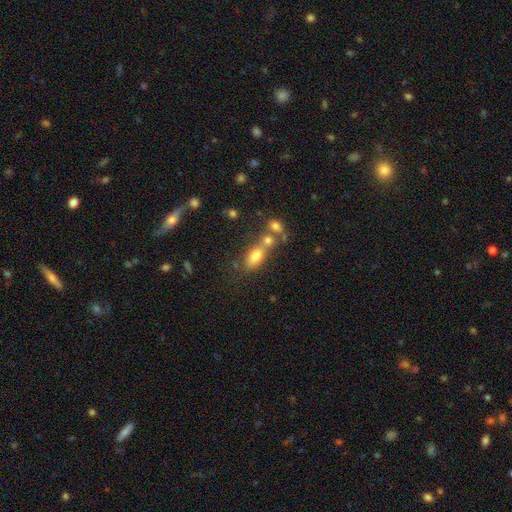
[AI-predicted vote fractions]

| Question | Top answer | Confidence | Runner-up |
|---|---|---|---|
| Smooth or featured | smooth | 74% | featured or disk (15%) |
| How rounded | in between | 77% | round (14%) |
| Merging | merger | 42% | none (40%) |